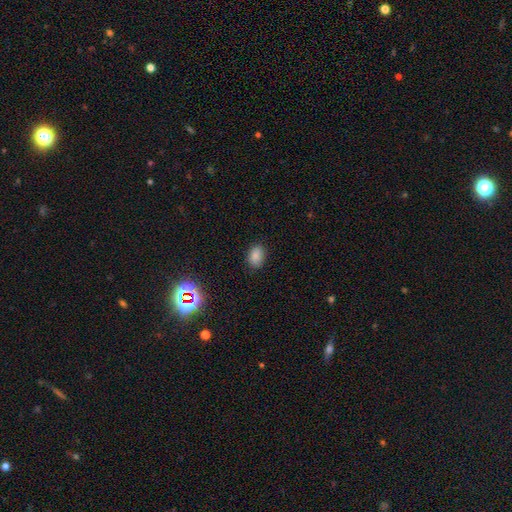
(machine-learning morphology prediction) smooth_or_featured: smooth (p=0.83) [alt: star or artifact p=0.13]
how_rounded: in between (p=0.82) [alt: round p=0.16]
merging: none (p=0.85) [alt: minor disturbance p=0.11]